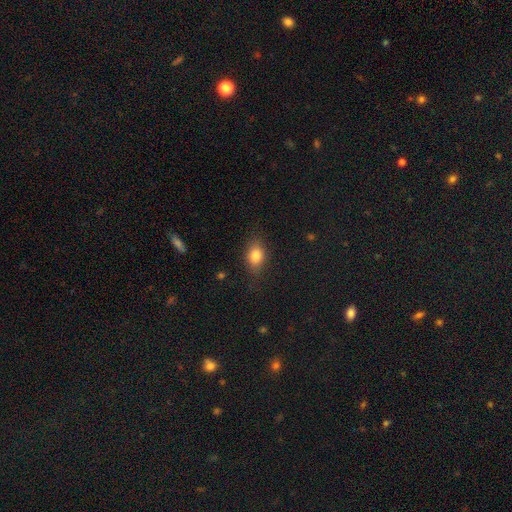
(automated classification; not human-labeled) This appears to be a smooth galaxy with no disk features (82%) that is in between round and cigar-shaped (75%). Merging: none (79%).